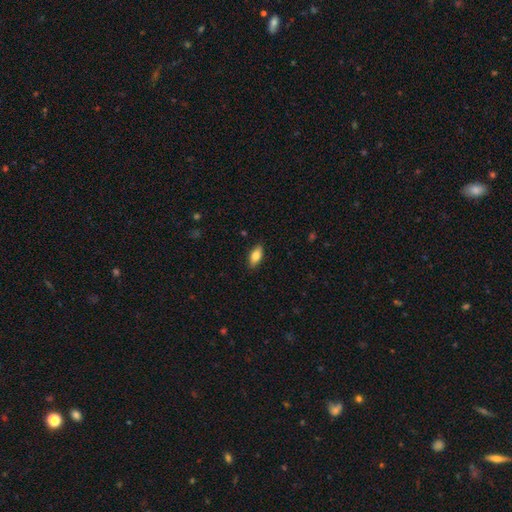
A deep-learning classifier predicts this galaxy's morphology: Overall: smooth (80%). How rounded: in between (86%). Merging: none (87%).